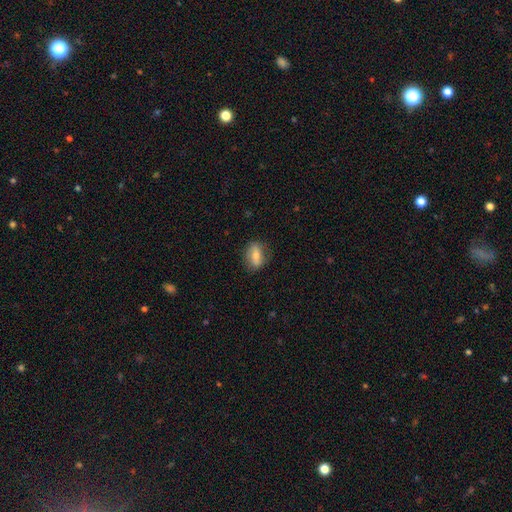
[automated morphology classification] Overall: smooth (61%; featured or disk 32%). How rounded: in between (74%). Merging: none (79%).